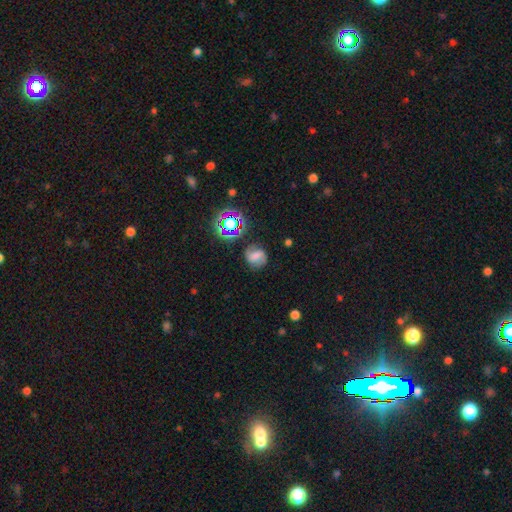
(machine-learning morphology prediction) A featured or disk galaxy (50%). Merging: none (73%).